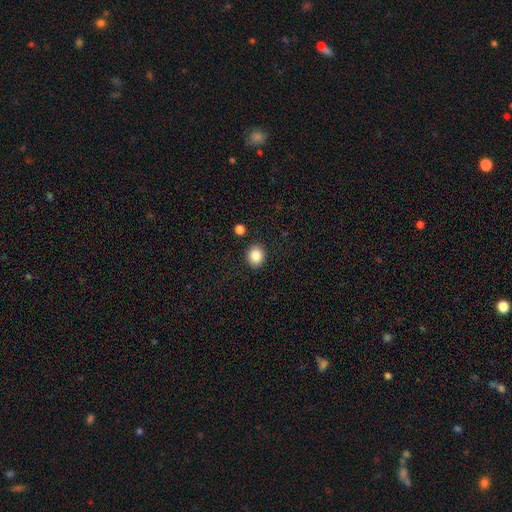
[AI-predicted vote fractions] Smooth or featured? Predicted: smooth (p=0.85). How rounded? Predicted: round (p=0.65). Merging? Predicted: none (p=0.89).